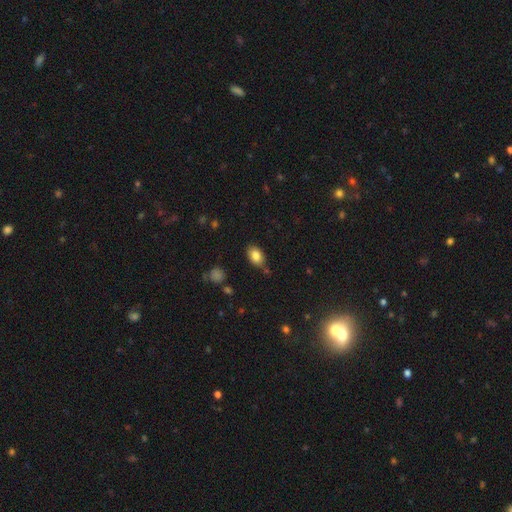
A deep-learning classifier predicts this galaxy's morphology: Smooth or featured?
  - smooth: 83% *
  - star or artifact: 9%
  - featured or disk: 8%
How rounded?
  - in between: 85% *
  - round: 14%
  - cigar-shaped: 1%
Merging?
  - none: 78% *
  - minor disturbance: 15%
  - merger: 4%
  - major disturbance: 3%